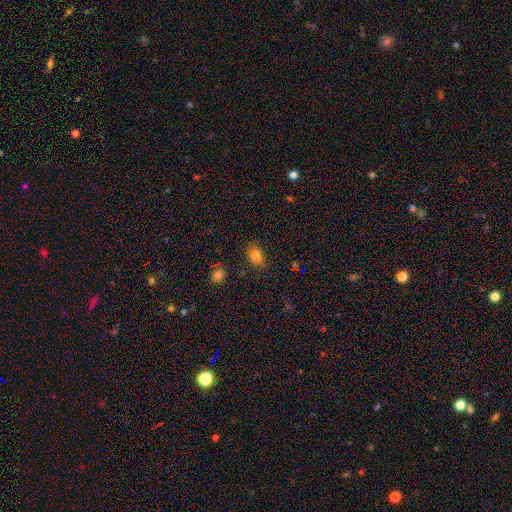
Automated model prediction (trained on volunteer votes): Smooth or featured? Predicted: smooth (p=0.81). How rounded? Predicted: in between (p=0.75). Merging? Predicted: none (p=0.83).